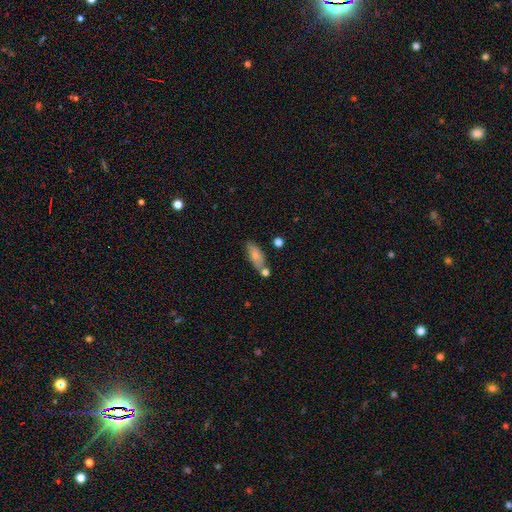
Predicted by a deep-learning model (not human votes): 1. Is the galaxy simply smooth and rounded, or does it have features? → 78% smooth, 15% featured or disk, 7% star or artifact.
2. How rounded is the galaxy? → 72% in between, 25% cigar-shaped, 3% round.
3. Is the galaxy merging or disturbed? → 60% none, 18% merger, 17% minor disturbance, 5% major disturbance.